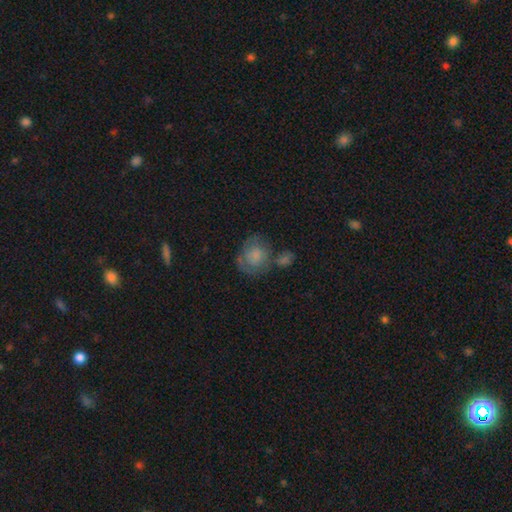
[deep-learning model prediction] The model was most divided on "merging": none: 44%, merger: 22%, minor disturbance: 21%, major disturbance: 13%. More confident: smooth or featured — smooth (64%); how rounded — round (63%).